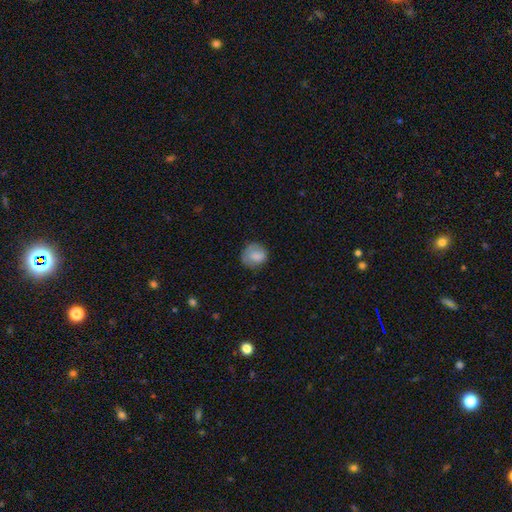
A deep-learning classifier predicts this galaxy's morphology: smooth 79%, featured or disk 13%, star or artifact 8%. Down the decision tree: how rounded — round (79%); merging — none (66%).